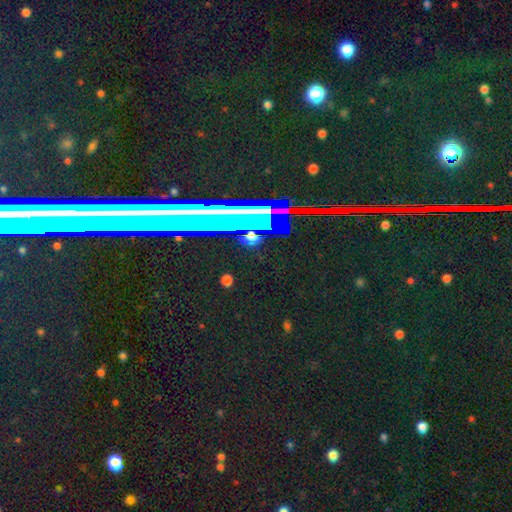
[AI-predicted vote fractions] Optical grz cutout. It shows a star or artifact, not a galaxy (76%).